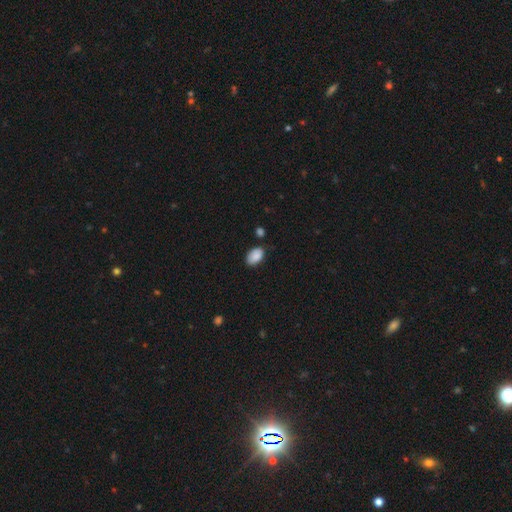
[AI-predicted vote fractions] Smooth or featured? smooth (88%)
How rounded? in between (92%)
Merging? none (75%)